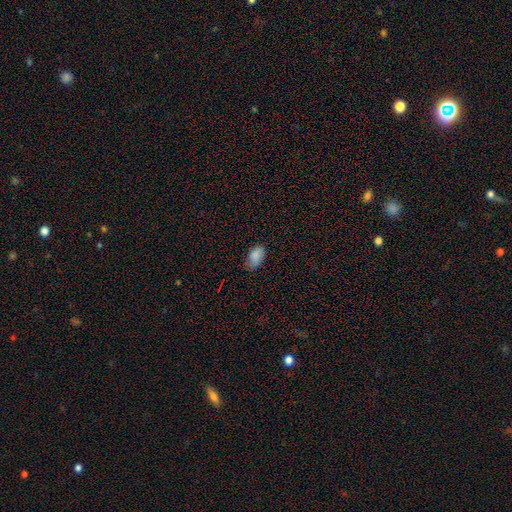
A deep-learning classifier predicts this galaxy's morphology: A smooth galaxy with no disk features (85%) that is in between round and cigar-shaped (93%).

Vote fractions:
- Smooth or featured? smooth: 85% / star or artifact: 8% / featured or disk: 6%
- How rounded? in between: 93% / round: 6% / cigar-shaped: 2%
- Merging? none: 71% / minor disturbance: 24% / major disturbance: 4% / merger: 1%